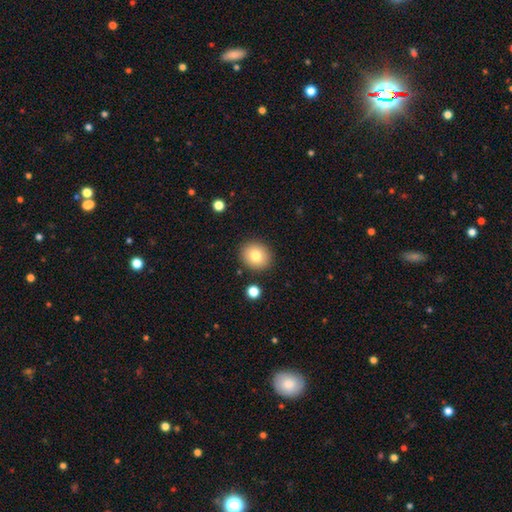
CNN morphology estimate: Q: Smooth or featured?
A: smooth (78%); runner-up: featured or disk (12%)
Q: How rounded?
A: round (77%); runner-up: in between (22%)
Q: Merging?
A: none (89%); runner-up: minor disturbance (7%)